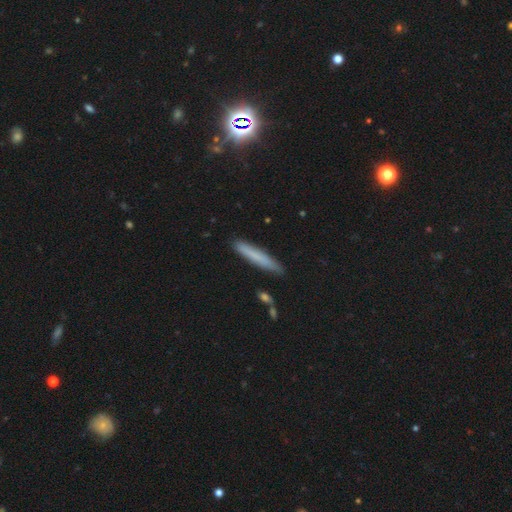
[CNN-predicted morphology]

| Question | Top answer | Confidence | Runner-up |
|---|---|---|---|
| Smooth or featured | smooth | 71% | featured or disk (22%) |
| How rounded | cigar-shaped | 94% | in between (4%) |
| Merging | none | 86% | minor disturbance (10%) |